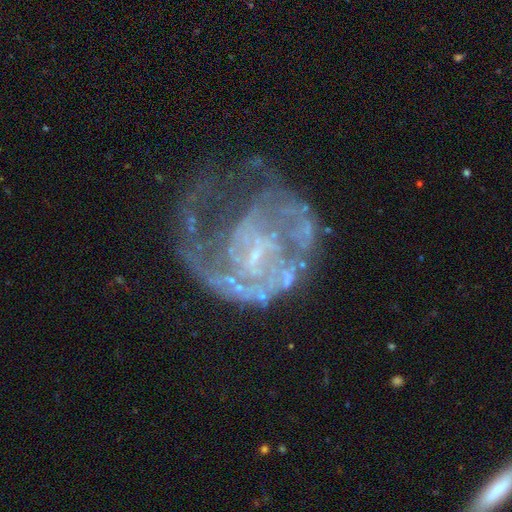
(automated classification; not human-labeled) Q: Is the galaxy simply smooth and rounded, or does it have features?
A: featured or disk — 80%.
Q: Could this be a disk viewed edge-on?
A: no — 98%.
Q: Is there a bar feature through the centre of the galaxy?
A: no — 61%.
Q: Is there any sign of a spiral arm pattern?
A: yes — 70%.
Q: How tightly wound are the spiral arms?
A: tight — 39%.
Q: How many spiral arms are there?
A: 1 — 36%.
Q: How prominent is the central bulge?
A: small — 53%.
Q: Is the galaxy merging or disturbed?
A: major disturbance — 43%.